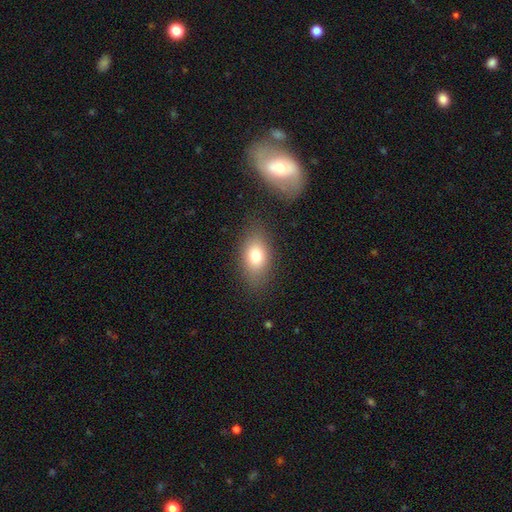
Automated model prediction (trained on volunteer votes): This appears to be a smooth galaxy with no disk features (77%) that is in between round and cigar-shaped (85%). Merging: none (80%).